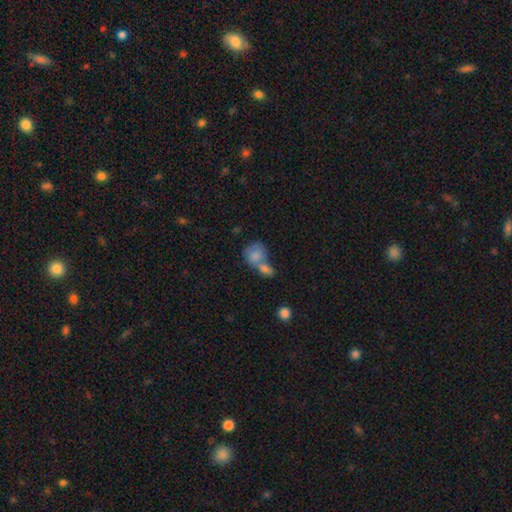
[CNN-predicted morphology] Smooth or featured? smooth (78%)
How rounded? round (57%)
Merging? merger (63%)